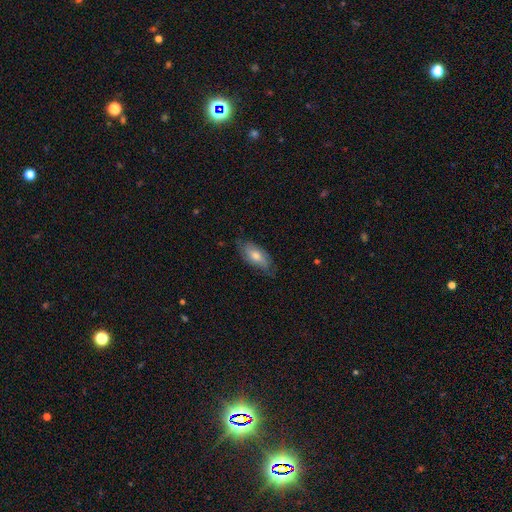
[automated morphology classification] Overall: smooth (56%; featured or disk 38%). How rounded: in between (85%). Merging: none (70%).